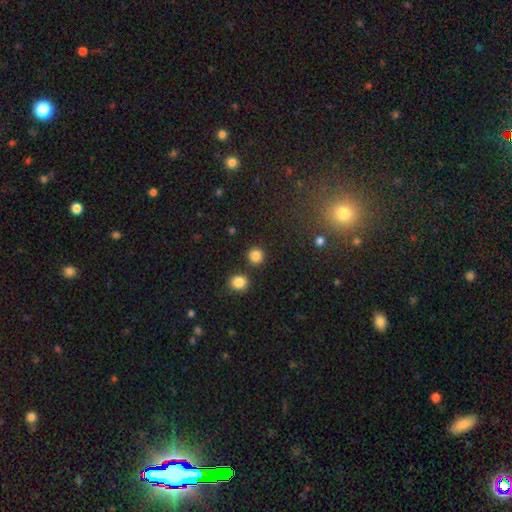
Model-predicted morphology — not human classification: The model was most divided on "smooth or featured": smooth: 85%, star or artifact: 11%, featured or disk: 4%. More confident: how rounded — round (92%); merging — none (86%).